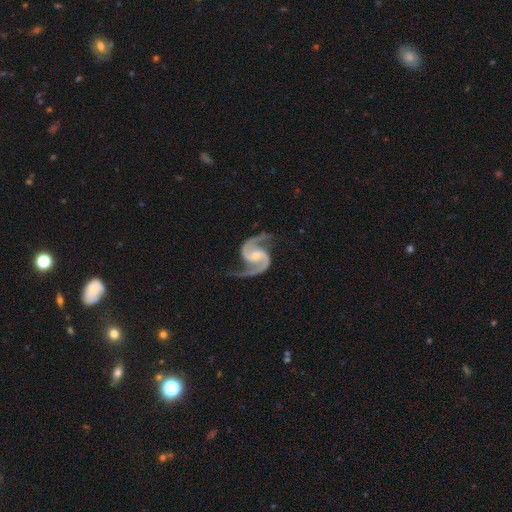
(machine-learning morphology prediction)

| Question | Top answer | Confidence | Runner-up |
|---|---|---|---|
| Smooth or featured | featured or disk | 95% | star or artifact (3%) |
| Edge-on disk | no | 98% | yes (2%) |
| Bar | weak | 42% | no (39%) |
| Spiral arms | yes | 99% | no (1%) |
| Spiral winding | medium | 61% | loose (27%) |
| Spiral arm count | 2 | 95% | 3 (1%) |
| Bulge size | small | 62% | moderate (32%) |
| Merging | none | 78% | minor disturbance (14%) |